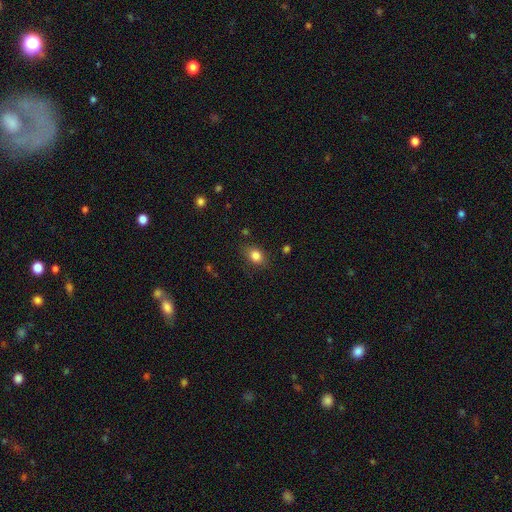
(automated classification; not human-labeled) Morphology: type=smooth (83%); roundness=in between (66%); merging=none (79%).